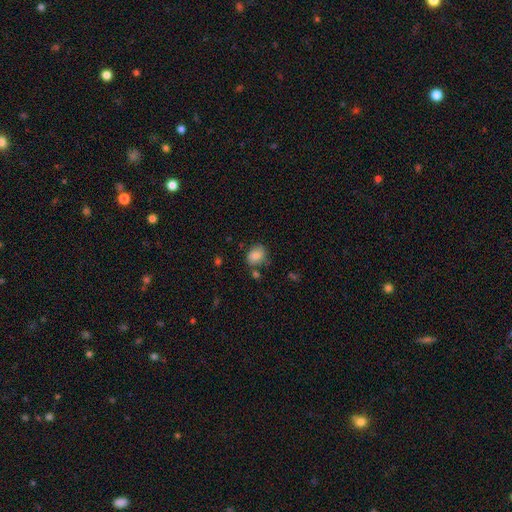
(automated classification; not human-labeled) smooth 85%, star or artifact 9%, featured or disk 6%. Down the decision tree: how rounded — in between (58%); merging — none (64%).